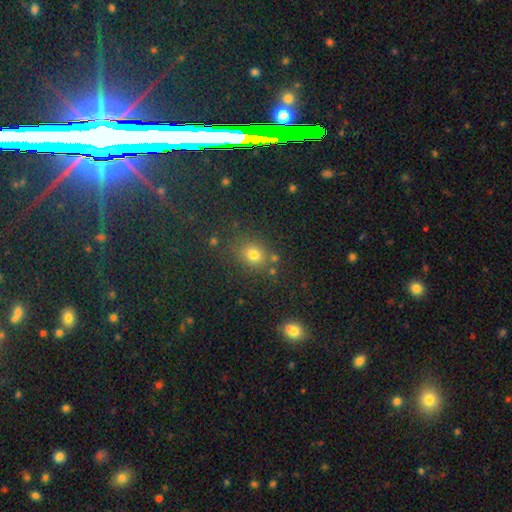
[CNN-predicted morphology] Q: Smooth or featured?
A: smooth (69%); runner-up: star or artifact (22%)
Q: How rounded?
A: round (64%); runner-up: in between (34%)
Q: Merging?
A: none (77%); runner-up: minor disturbance (11%)